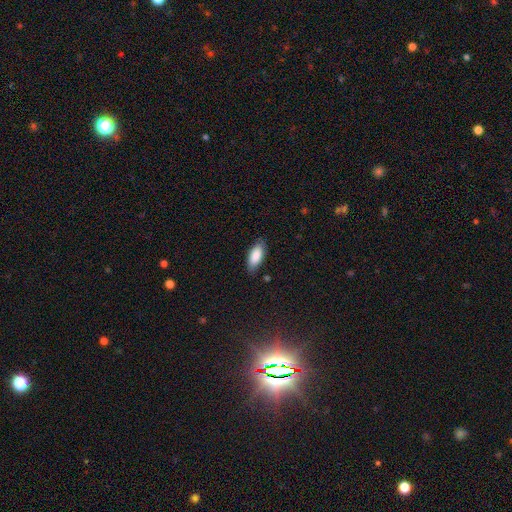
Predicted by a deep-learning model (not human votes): smooth-or-featured: smooth: 85% | featured or disk: 9% | star or artifact: 6%
  how-rounded: in between: 85% | cigar-shaped: 13% | round: 2%
  merging: none: 78% | minor disturbance: 17% | major disturbance: 3% | merger: 1%